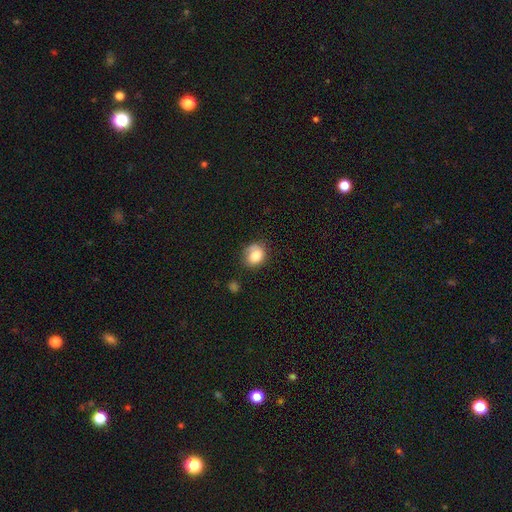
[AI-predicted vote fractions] Morphology: type=smooth (80%); roundness=round (60%); merging=none (62%).